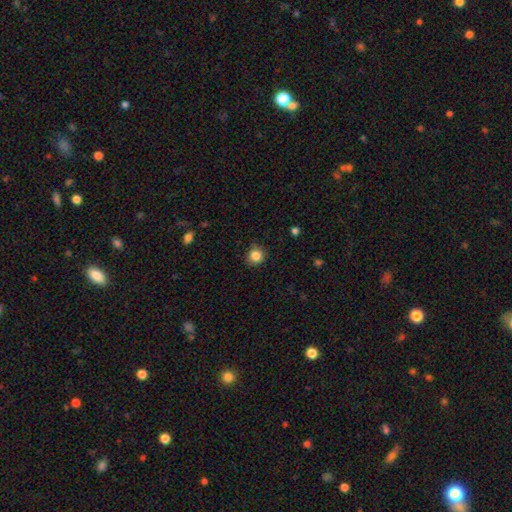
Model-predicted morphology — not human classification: Overall: smooth (85%). How rounded: round (86%). Merging: none (81%).